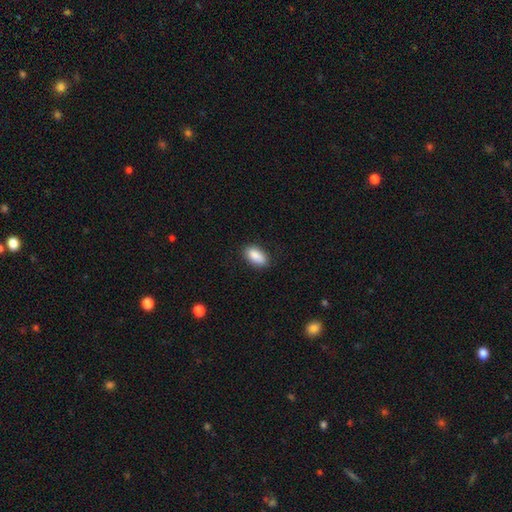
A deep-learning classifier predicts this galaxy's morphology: smooth 89%, star or artifact 7%, featured or disk 4%. Down the decision tree: how rounded — in between (90%); merging — none (86%).